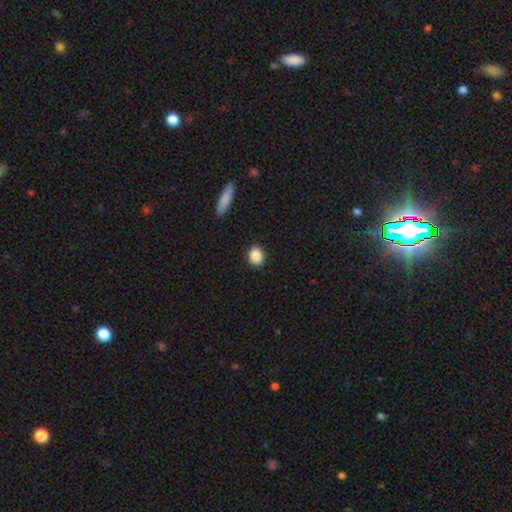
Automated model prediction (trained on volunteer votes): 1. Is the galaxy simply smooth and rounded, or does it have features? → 89% smooth, 8% star or artifact, 3% featured or disk.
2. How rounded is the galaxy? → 60% round, 38% in between, 1% cigar-shaped.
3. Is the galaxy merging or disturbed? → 90% none, 7% minor disturbance, 2% major disturbance, 1% merger.